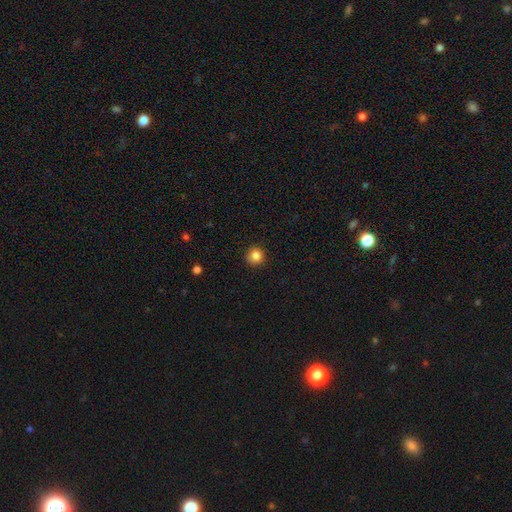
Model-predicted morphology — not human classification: A smooth galaxy with no disk features (85%) that is round (94%). Merging: none (91%).